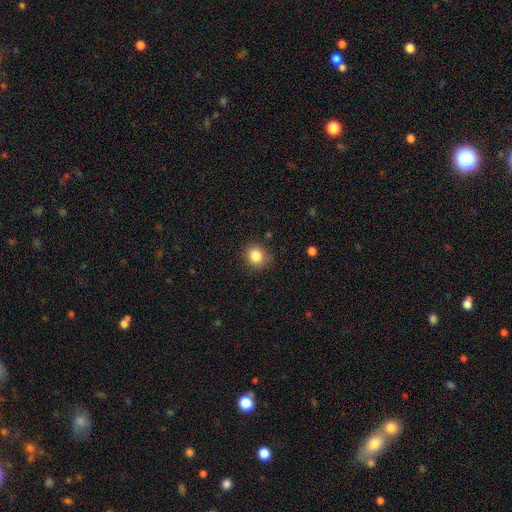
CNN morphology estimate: This is clearly a smooth galaxy (84%). How rounded: likely round (78%). Merging: clearly none (84%).